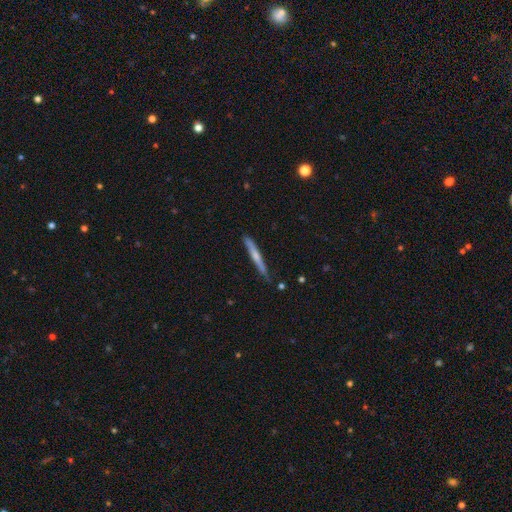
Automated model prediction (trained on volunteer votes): Smooth or featured: featured or disk — 48% (smooth — 46%)
Merging: none — 82% (minor disturbance — 15%)